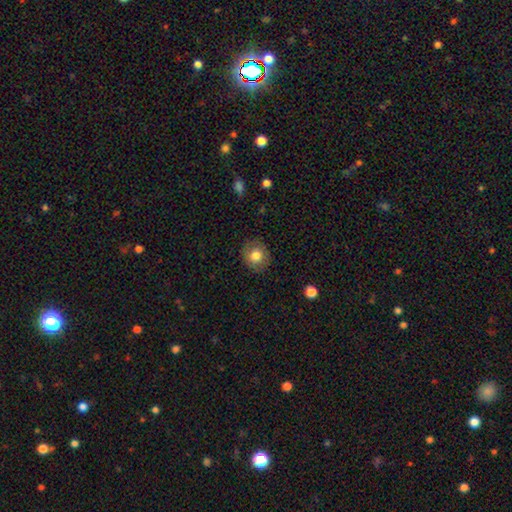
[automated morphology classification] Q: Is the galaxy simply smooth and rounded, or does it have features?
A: smooth — 77%.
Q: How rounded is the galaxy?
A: round — 78%.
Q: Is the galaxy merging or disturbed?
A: none — 86%.